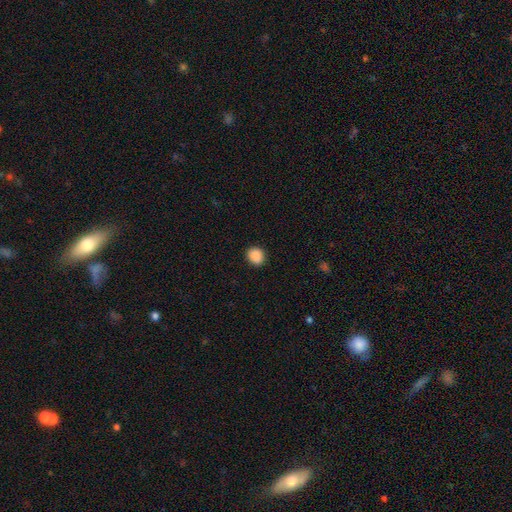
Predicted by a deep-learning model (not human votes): smooth 89%, star or artifact 8%, featured or disk 2%. Down the decision tree: how rounded — round (72%); merging — none (90%).